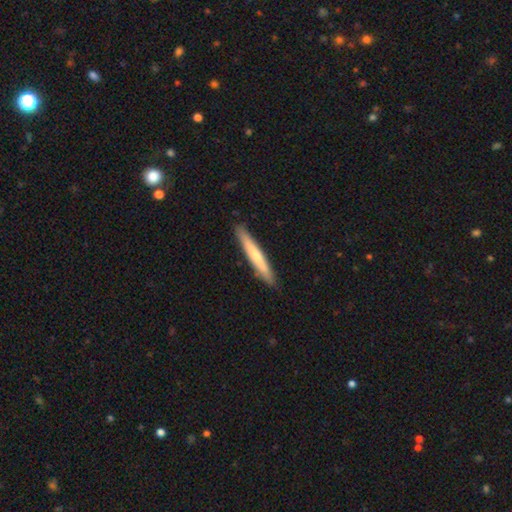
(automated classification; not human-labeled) smooth 58%, featured or disk 37%, star or artifact 5%. Down the decision tree: how rounded — cigar-shaped (96%); merging — none (91%).